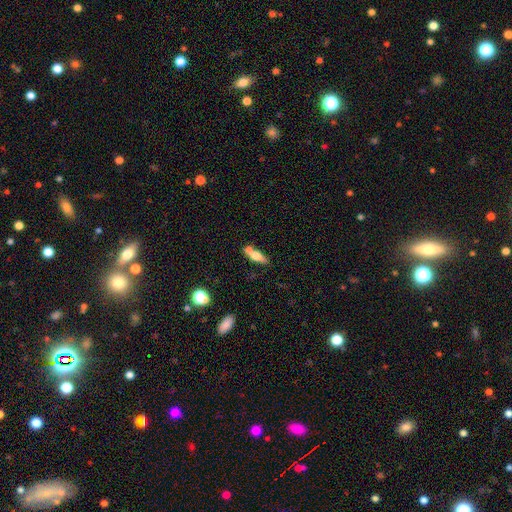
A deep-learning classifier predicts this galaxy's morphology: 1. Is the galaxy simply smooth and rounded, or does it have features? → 59% smooth, 33% featured or disk, 8% star or artifact.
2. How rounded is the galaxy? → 51% in between, 44% cigar-shaped, 5% round.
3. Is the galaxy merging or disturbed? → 45% none, 37% merger, 13% minor disturbance, 5% major disturbance.